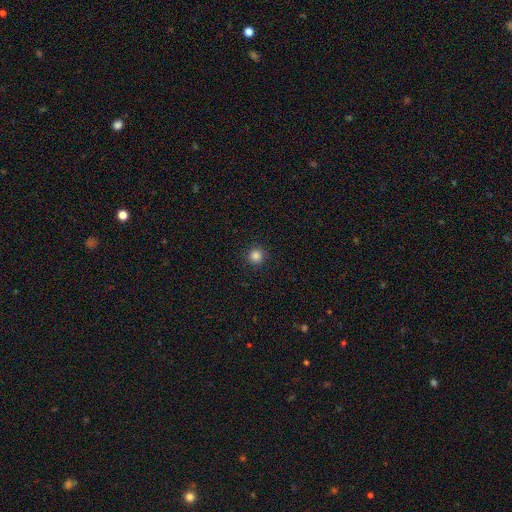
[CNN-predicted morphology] This appears to be a smooth galaxy with no disk features (85%) that is round (95%). Merging: none (92%).